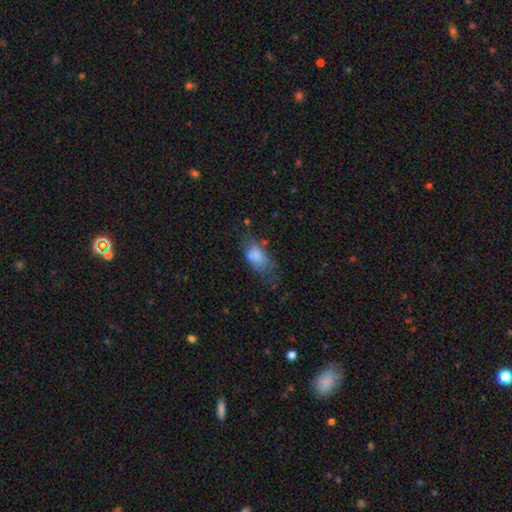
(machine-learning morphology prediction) This is likely a smooth galaxy (71%). How rounded: clearly in between (88%). Merging: marginally none (34%).